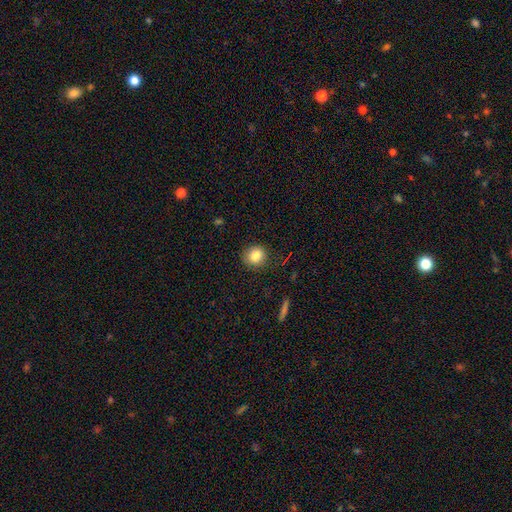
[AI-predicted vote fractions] Smooth or featured: smooth — 83% (star or artifact — 10%)
How rounded: round — 87% (in between — 12%)
Merging: none — 88% (minor disturbance — 8%)